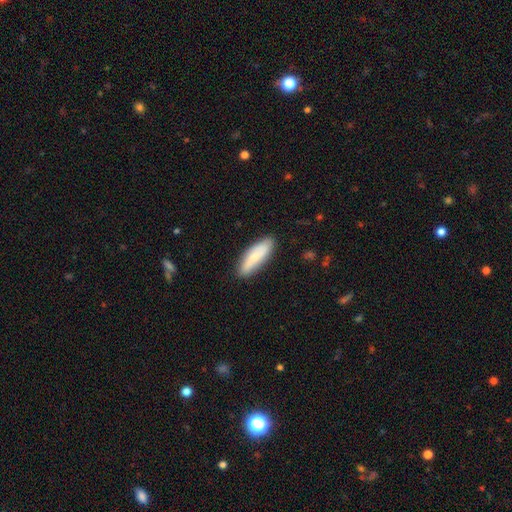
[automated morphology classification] smooth_or_featured: smooth (p=0.73) [alt: featured or disk p=0.21]
how_rounded: in between (p=0.49) [tied with: cigar-shaped p=0.49]
merging: none (p=0.85) [alt: minor disturbance p=0.11]